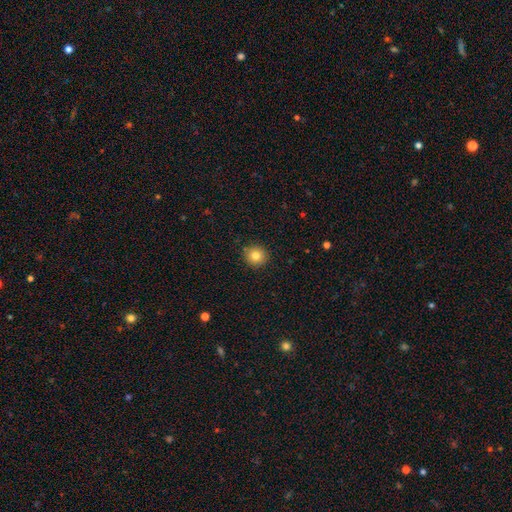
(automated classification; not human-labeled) This appears to be a smooth galaxy with no disk features (81%) that is round (93%). Merging: none (91%).